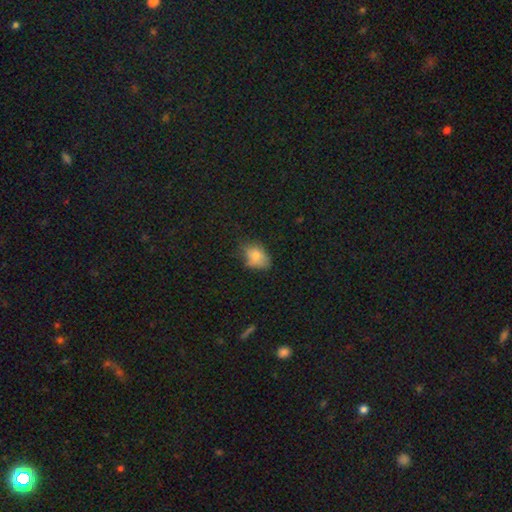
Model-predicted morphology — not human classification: Overall: smooth (75%). How rounded: in between (73%). Merging: none (55%; minor disturbance 32%).